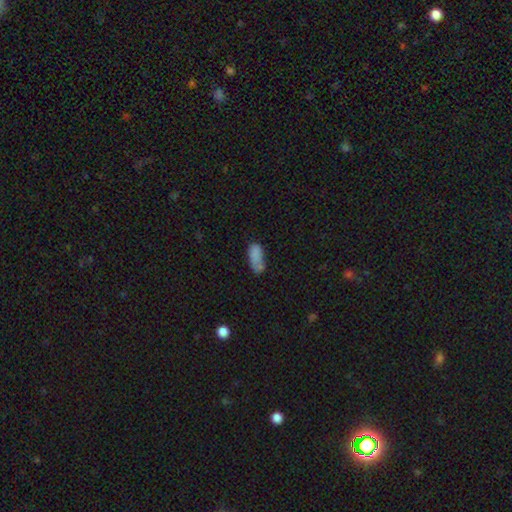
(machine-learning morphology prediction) A smooth galaxy with no disk features (80%) that is in between round and cigar-shaped (83%).

Vote fractions:
- Smooth or featured? smooth: 80% / featured or disk: 10% / star or artifact: 9%
- How rounded? in between: 83% / cigar-shaped: 14% / round: 3%
- Merging? none: 47% / minor disturbance: 28% / major disturbance: 13% / merger: 12%